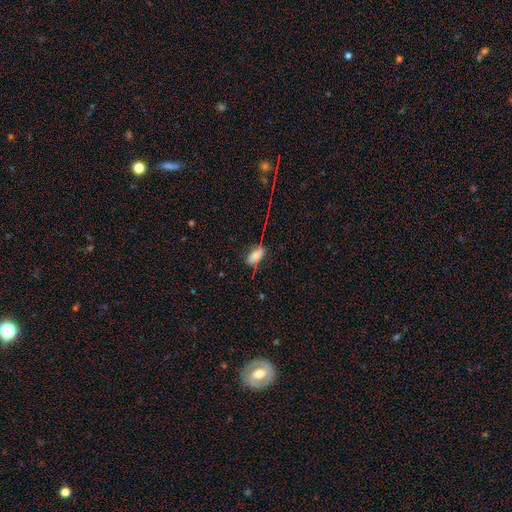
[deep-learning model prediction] smooth 64%, featured or disk 24%, star or artifact 12%. Down the decision tree: how rounded — in between (89%); merging — none (52%).